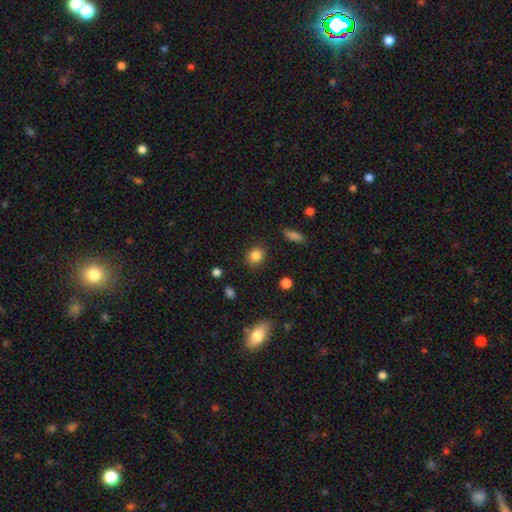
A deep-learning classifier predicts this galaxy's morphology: This is clearly a smooth galaxy (84%). How rounded: likely round (77%). Merging: clearly none (85%).